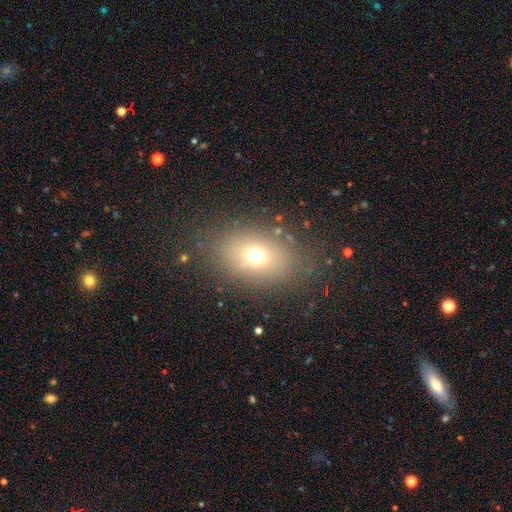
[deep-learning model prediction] smooth 66%, featured or disk 17%, star or artifact 17%. Down the decision tree: how rounded — in between (70%); merging — none (80%).